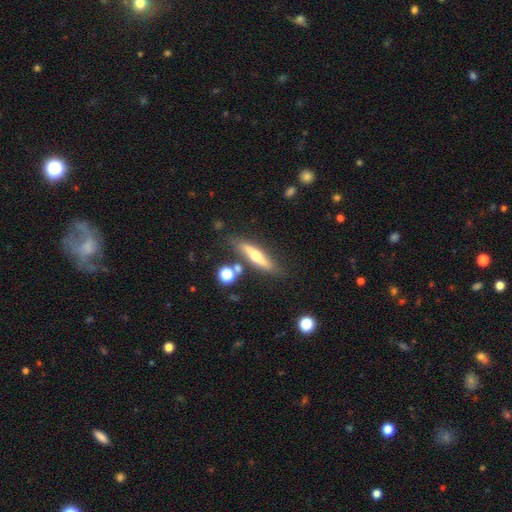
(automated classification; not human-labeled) The model was most divided on "smooth or featured": featured or disk: 56%, smooth: 37%, star or artifact: 7%. More confident: edge-on disk — yes (87%); merging — none (77%).